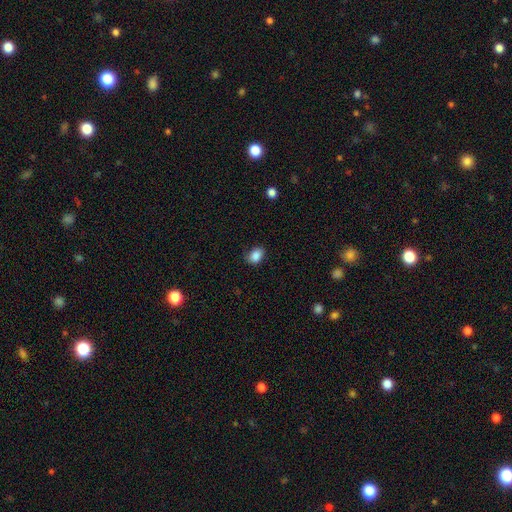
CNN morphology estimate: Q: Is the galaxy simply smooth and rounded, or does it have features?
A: smooth — 87%.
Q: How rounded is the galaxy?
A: in between — 71%.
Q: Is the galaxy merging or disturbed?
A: none — 78%.